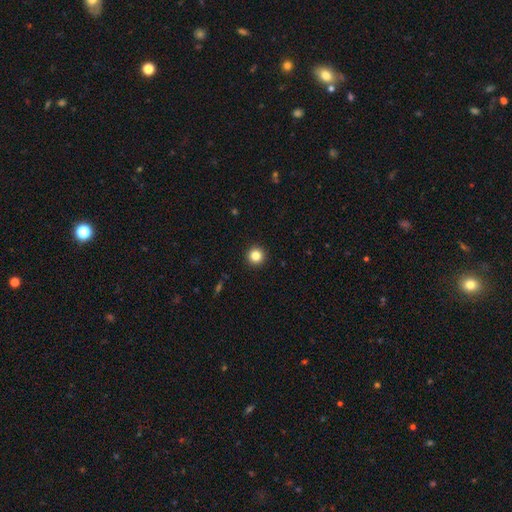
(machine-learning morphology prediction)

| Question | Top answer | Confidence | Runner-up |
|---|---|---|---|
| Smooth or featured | smooth | 83% | star or artifact (11%) |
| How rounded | round | 96% | in between (3%) |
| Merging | none | 94% | minor disturbance (4%) |